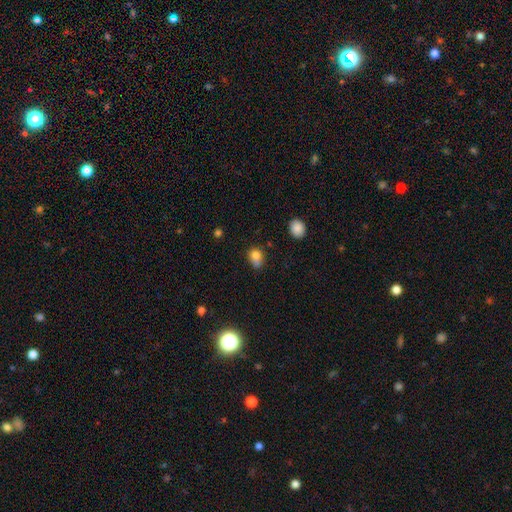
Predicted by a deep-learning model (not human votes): Smooth or featured?
  - smooth: 79% *
  - star or artifact: 12%
  - featured or disk: 9%
How rounded?
  - in between: 50% *
  - round: 49%
  - cigar-shaped: 1%
Merging?
  - none: 44% *
  - minor disturbance: 30%
  - merger: 17%
  - major disturbance: 10%